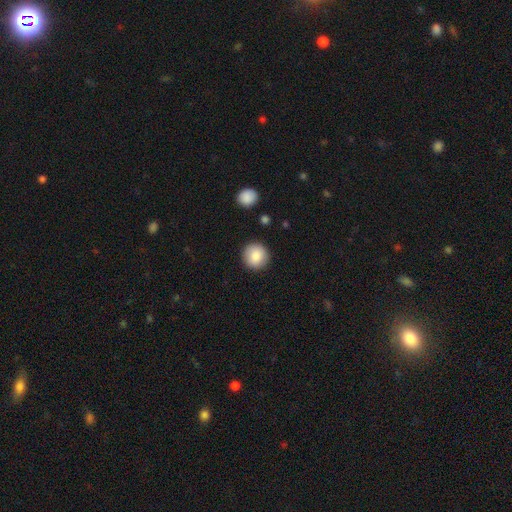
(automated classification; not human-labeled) Overall: smooth (87%). How rounded: round (94%). Merging: none (91%).